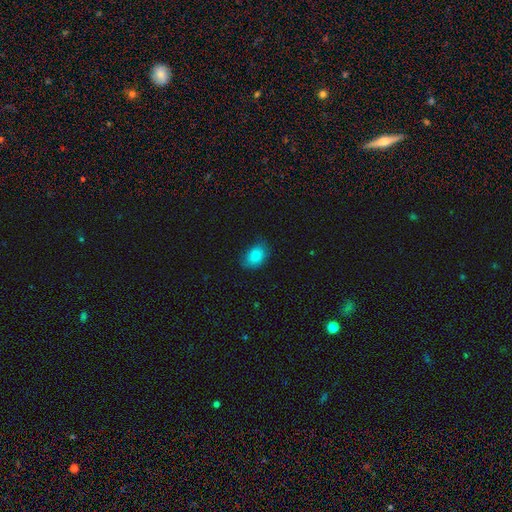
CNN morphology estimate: A smooth galaxy with no disk features (83%) that is in between round and cigar-shaped (78%).

Vote fractions:
- Smooth or featured? smooth: 83% / featured or disk: 9% / star or artifact: 8%
- How rounded? in between: 78% / round: 21% / cigar-shaped: 1%
- Merging? none: 65% / minor disturbance: 28% / major disturbance: 6% / merger: 1%